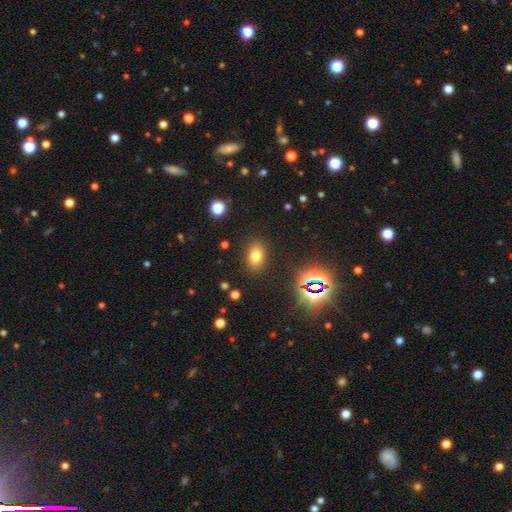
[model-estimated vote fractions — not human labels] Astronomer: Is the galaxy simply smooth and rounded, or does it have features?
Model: smooth — 73%.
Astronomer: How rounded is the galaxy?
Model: in between — 76%.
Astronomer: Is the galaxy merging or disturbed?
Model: none — 87%.